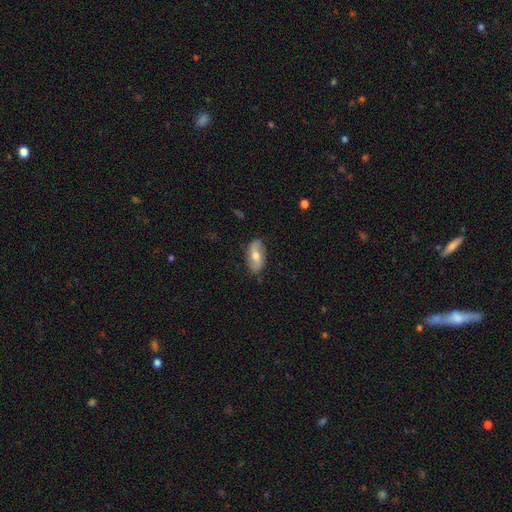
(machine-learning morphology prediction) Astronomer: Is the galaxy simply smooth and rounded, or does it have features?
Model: featured or disk — 52% (runner-up: smooth, 42%).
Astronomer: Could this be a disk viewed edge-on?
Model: no — 89%.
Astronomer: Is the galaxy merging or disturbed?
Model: none — 81%.